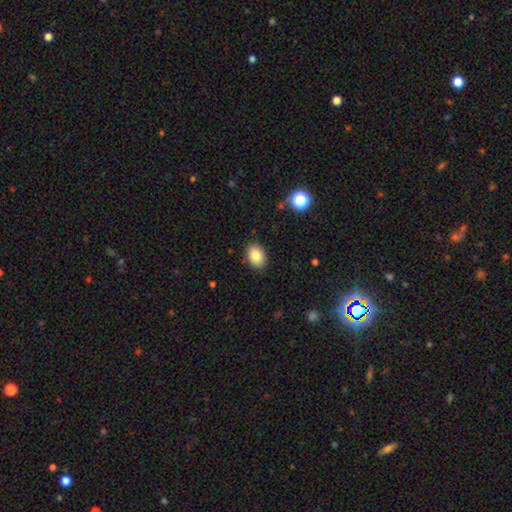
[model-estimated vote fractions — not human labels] smooth-or-featured: smooth: 84% | star or artifact: 9% | featured or disk: 6%
  how-rounded: in between: 72% | round: 27% | cigar-shaped: 1%
  merging: none: 88% | minor disturbance: 9% | major disturbance: 2% | merger: 1%